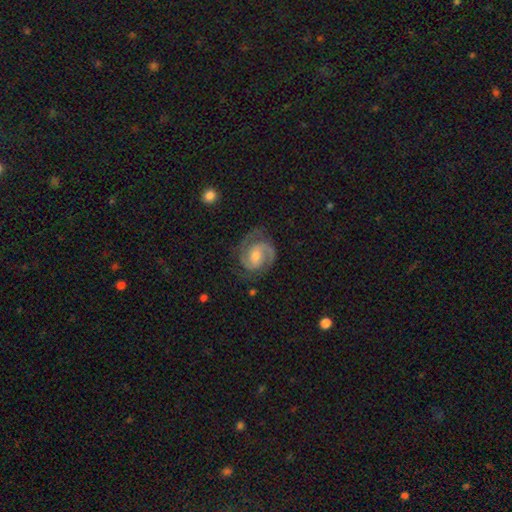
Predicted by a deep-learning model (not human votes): Smooth or featured? featured or disk (89%)
Edge-on disk? no (98%)
Bar? weak (46%)
Spiral arms? yes (98%)
Spiral winding? medium (49%)
Spiral arm count? 2 (87%)
Bulge size? moderate (56%)
Merging? none (75%)